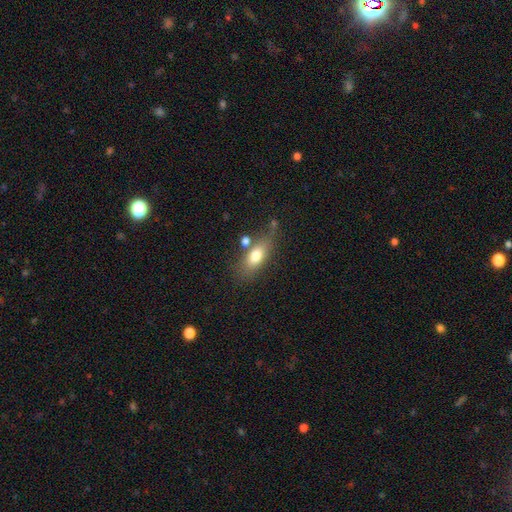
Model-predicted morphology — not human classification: smooth-or-featured: smooth: 74% | featured or disk: 18% | star or artifact: 8%
  how-rounded: in between: 78% | cigar-shaped: 14% | round: 8%
  merging: none: 58% | minor disturbance: 18% | merger: 15% | major disturbance: 8%